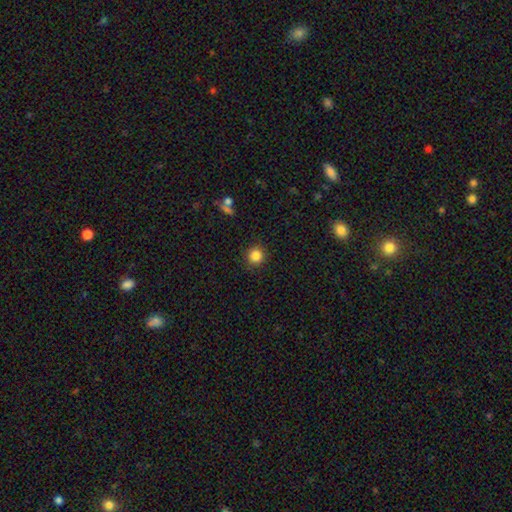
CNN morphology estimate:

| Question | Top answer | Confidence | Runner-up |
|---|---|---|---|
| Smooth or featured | smooth | 84% | star or artifact (11%) |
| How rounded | round | 94% | in between (5%) |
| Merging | none | 91% | minor disturbance (6%) |